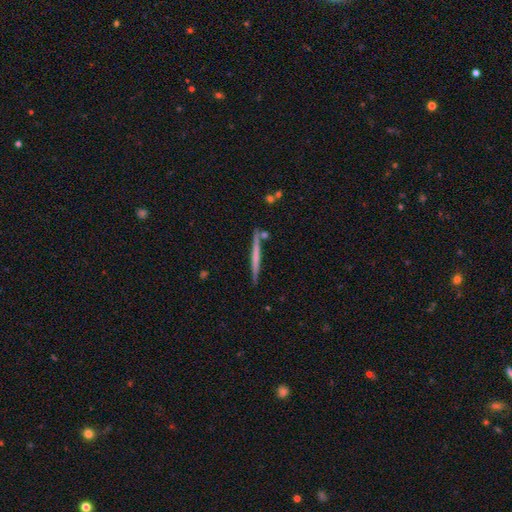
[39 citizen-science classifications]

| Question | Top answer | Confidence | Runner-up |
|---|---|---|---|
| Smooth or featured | featured or disk | 67% | smooth (28%) |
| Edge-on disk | yes | 100% | — |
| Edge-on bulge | none | 81% | boxy (12%) |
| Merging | none | 81% | minor disturbance (16%) |